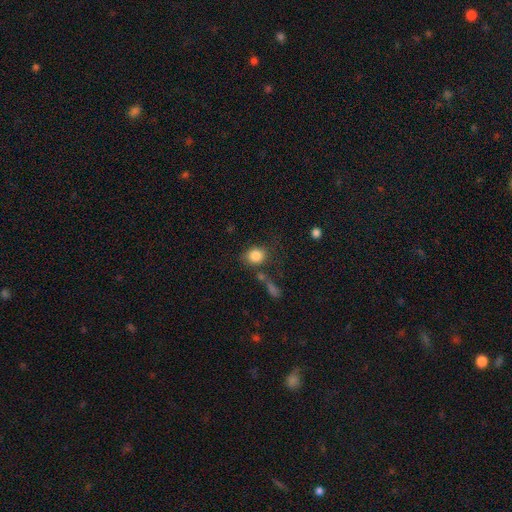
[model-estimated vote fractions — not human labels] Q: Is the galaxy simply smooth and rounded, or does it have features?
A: smooth — 84%.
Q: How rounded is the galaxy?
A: round — 67%.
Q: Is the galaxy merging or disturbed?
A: none — 69%.